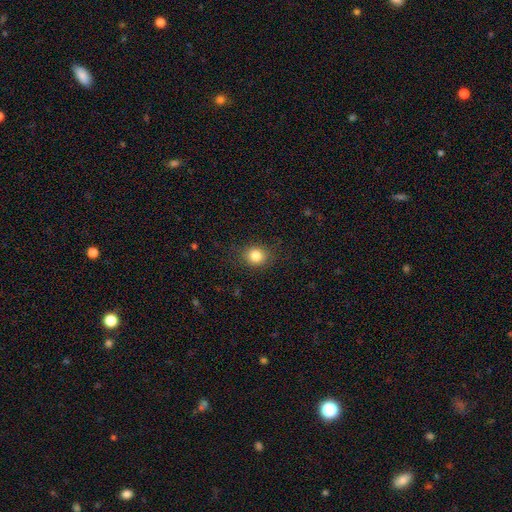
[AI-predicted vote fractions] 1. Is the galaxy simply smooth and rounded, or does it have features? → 83% smooth, 11% star or artifact, 6% featured or disk.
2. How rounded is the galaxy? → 78% round, 21% in between, 1% cigar-shaped.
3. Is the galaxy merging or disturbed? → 86% none, 10% minor disturbance, 3% major disturbance, 1% merger.